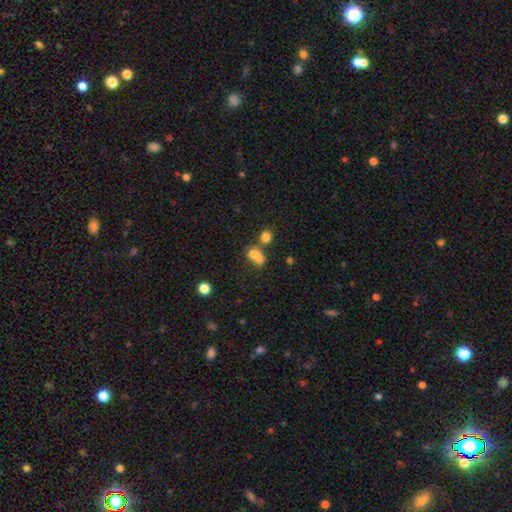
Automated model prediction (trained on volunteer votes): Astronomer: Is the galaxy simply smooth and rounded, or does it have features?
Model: smooth — 69%.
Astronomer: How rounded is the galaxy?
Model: round — 52% (runner-up: in between, 46%).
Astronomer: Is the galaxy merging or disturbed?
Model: merger — 62%.